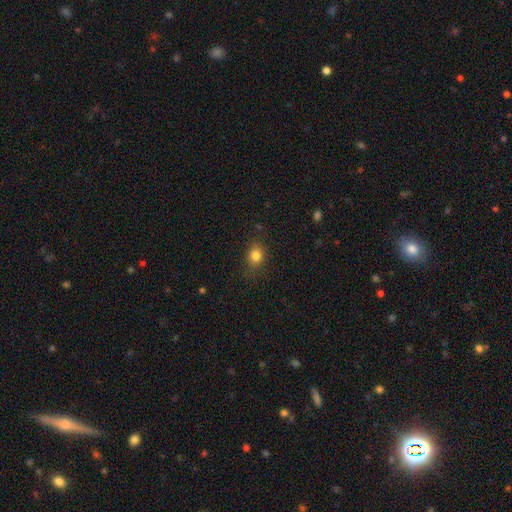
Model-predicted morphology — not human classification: This is clearly a smooth galaxy (81%). How rounded: possibly round (54%). Merging: likely none (79%).